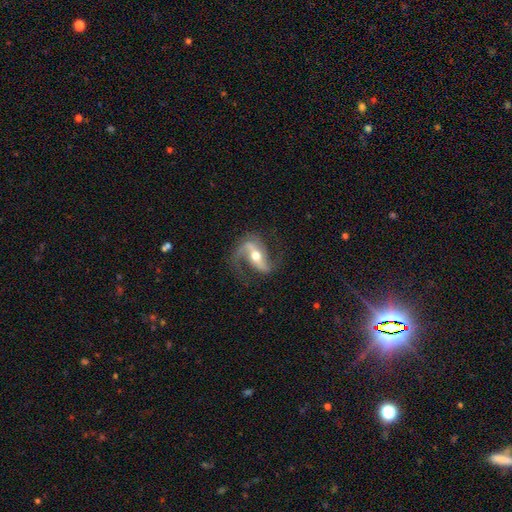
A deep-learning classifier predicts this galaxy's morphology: A featured or disk galaxy (89%) with a strong bar (50%), 2 (90%) loose (53%) spiral arms (96%) and a moderate central bulge (70%).

Vote fractions:
- Smooth or featured? featured or disk: 89% / smooth: 6% / star or artifact: 5%
- Edge-on disk? no: 95% / yes: 5%
- Bar? strong: 50% / weak: 29% / no: 22%
- Spiral arms? yes: 96% / no: 4%
- Spiral winding? loose: 53% / medium: 37% / tight: 9%
- Spiral arm count? 2: 90% / 1: 5% / can't tell: 2% / 3: 1% / 4: 1% / more than 4: 1%
- Bulge size? moderate: 70% / small: 22% / large: 6% / dominant: 1% / none: 1%
- Merging? none: 73% / minor disturbance: 15% / major disturbance: 10% / merger: 2%